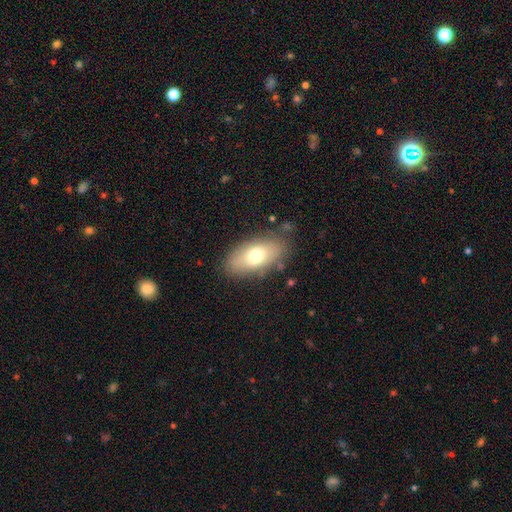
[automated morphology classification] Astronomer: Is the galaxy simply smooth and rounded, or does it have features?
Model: smooth — 70%.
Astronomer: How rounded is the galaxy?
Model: in between — 89%.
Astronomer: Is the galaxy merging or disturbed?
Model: none — 80%.